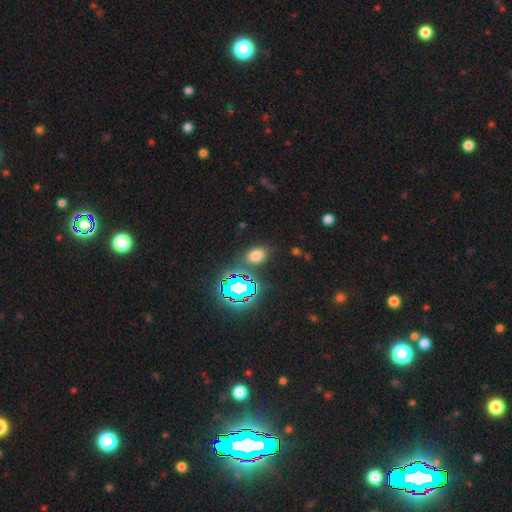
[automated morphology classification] This appears to be a smooth galaxy with no disk features (63%) that is in between round and cigar-shaped (72%). Merging: none (81%).